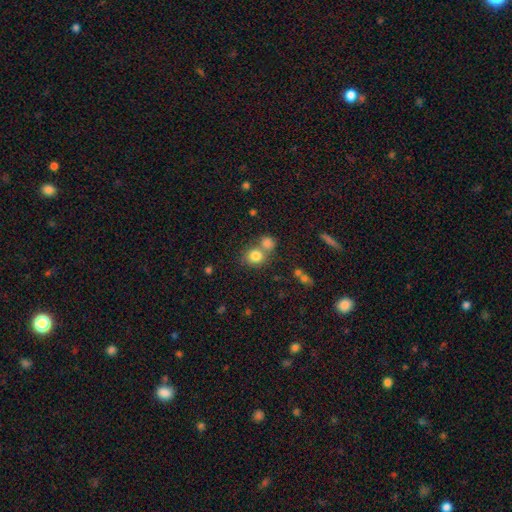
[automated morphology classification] This is clearly a smooth galaxy (81%). How rounded: likely round (76%). Merging: possibly none (49%).